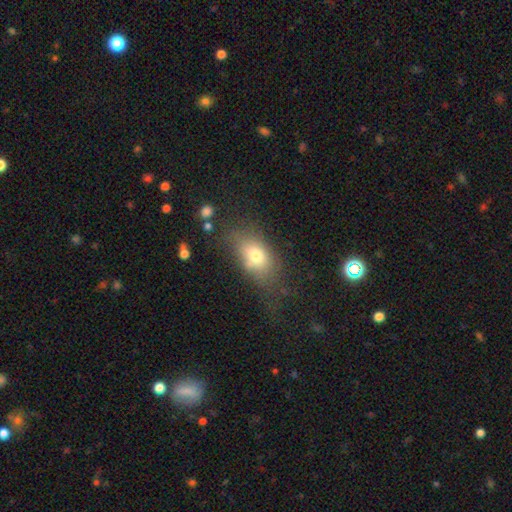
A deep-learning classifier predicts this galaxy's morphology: Smooth or featured?
  - smooth: 72% *
  - featured or disk: 17%
  - star or artifact: 11%
How rounded?
  - in between: 82% *
  - round: 14%
  - cigar-shaped: 4%
Merging?
  - none: 56% *
  - minor disturbance: 22%
  - major disturbance: 15%
  - merger: 6%